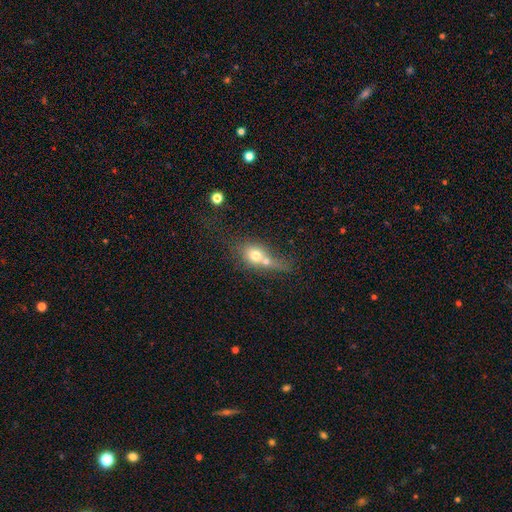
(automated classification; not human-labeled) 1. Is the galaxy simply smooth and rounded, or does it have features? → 67% smooth, 23% featured or disk, 10% star or artifact.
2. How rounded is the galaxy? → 48% round, 46% in between, 6% cigar-shaped.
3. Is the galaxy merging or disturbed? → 64% merger, 19% none, 9% minor disturbance, 8% major disturbance.